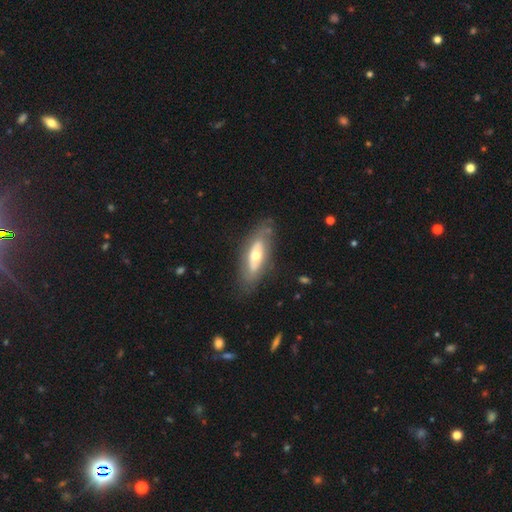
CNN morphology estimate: featured or disk 59%, smooth 36%, star or artifact 5%. Down the decision tree: edge-on disk — no (75%); merging — none (75%).